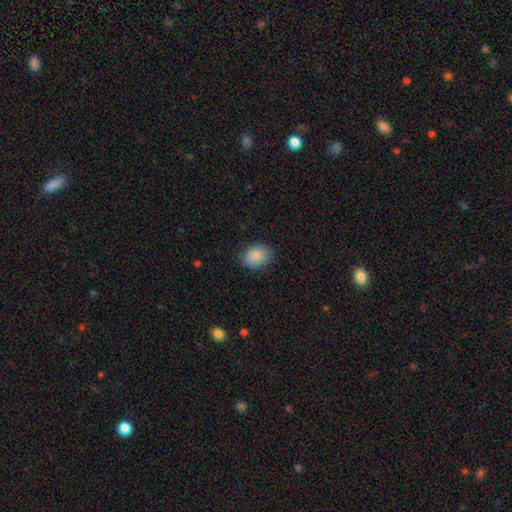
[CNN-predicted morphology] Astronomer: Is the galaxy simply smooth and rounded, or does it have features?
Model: smooth — 87%.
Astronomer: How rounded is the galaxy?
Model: in between — 67%.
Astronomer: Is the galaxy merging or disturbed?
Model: none — 83%.